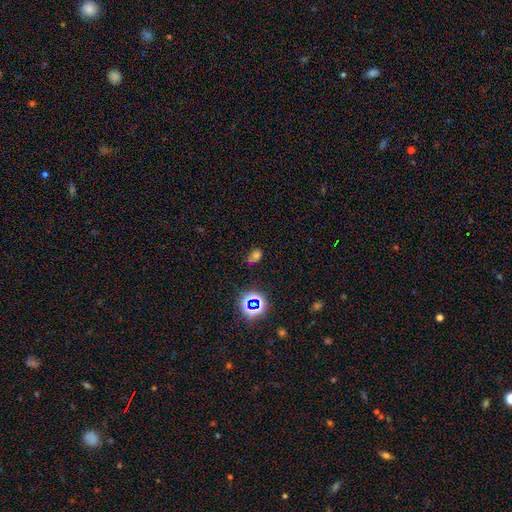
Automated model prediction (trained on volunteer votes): The model was most divided on "how rounded": in between: 57%, round: 41%, cigar-shaped: 2%. More confident: merging — none (56%); smooth or featured — smooth (55%).